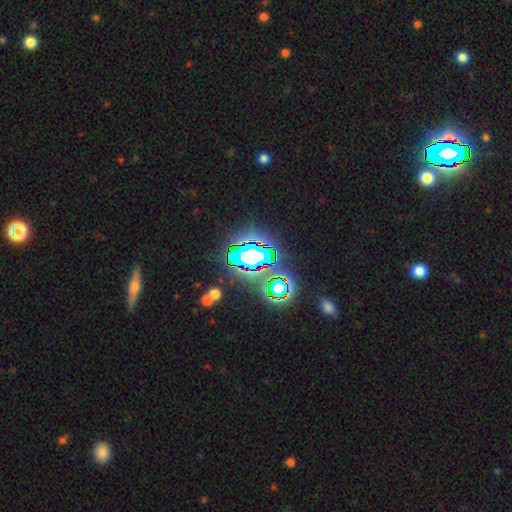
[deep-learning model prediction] smooth_or_featured: star or artifact (p=0.77) [alt: smooth p=0.15]